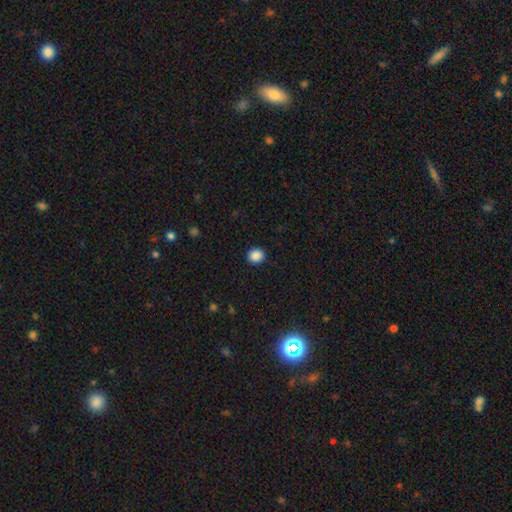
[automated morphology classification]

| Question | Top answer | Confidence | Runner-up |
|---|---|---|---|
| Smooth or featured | smooth | 88% | star or artifact (9%) |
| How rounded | round | 78% | in between (21%) |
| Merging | none | 91% | minor disturbance (6%) |